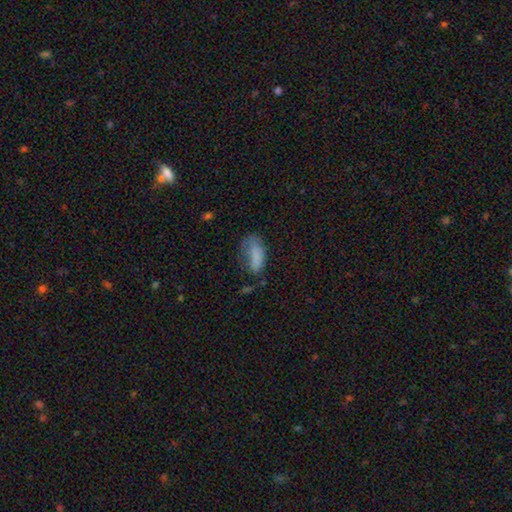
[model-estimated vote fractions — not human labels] smooth 77%, featured or disk 14%, star or artifact 10%. Down the decision tree: how rounded — in between (86%); merging — major disturbance (34%).